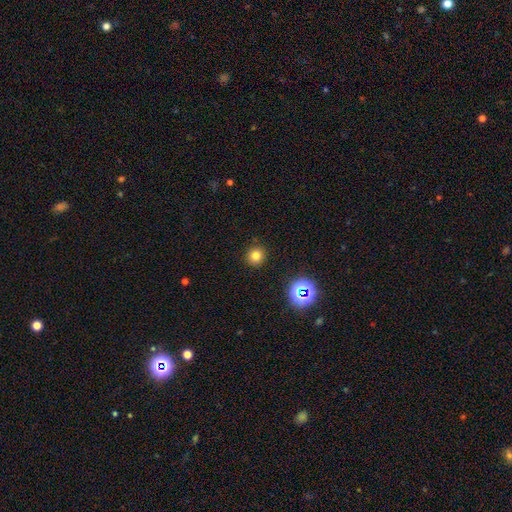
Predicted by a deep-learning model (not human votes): A smooth galaxy with no disk features (76%) that is round (92%).

Vote fractions:
- Smooth or featured? smooth: 76% / star or artifact: 18% / featured or disk: 6%
- How rounded? round: 92% / in between: 7% / cigar-shaped: 1%
- Merging? none: 91% / minor disturbance: 5% / major disturbance: 2% / merger: 1%